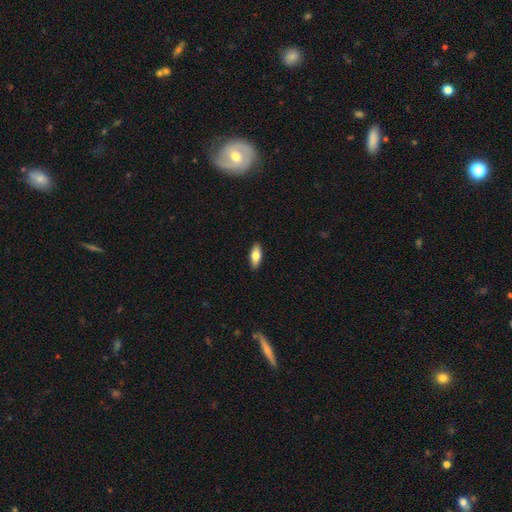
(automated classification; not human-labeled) This appears to be a smooth galaxy with no disk features (76%) that is in between round and cigar-shaped (79%). Merging: none (90%).